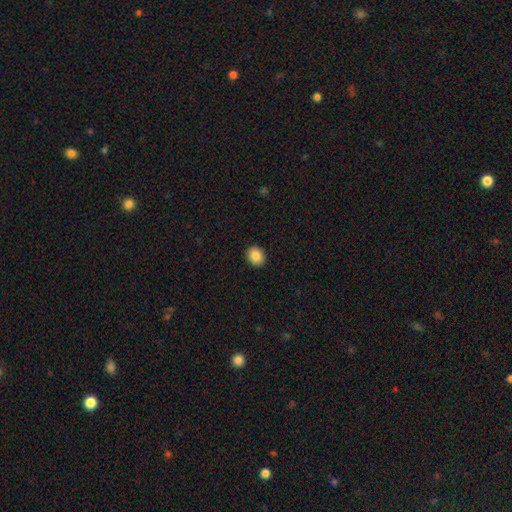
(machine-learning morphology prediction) Smooth or featured?
  - smooth: 87% *
  - star or artifact: 9%
  - featured or disk: 4%
How rounded?
  - round: 62% *
  - in between: 38%
  - cigar-shaped: 1%
Merging?
  - none: 91% *
  - minor disturbance: 6%
  - major disturbance: 2%
  - merger: 1%